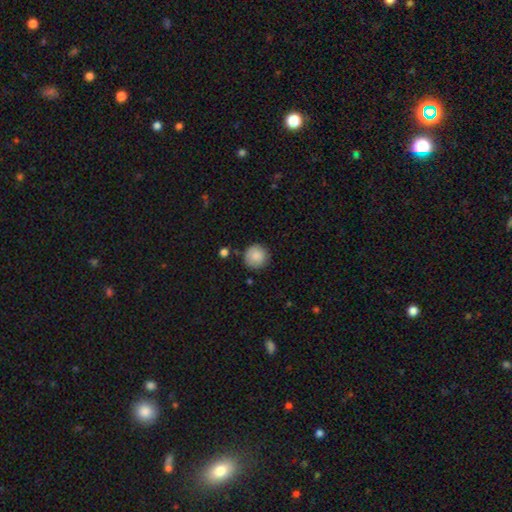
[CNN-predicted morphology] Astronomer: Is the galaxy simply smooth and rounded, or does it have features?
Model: smooth — 87%.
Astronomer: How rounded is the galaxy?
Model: round — 95%.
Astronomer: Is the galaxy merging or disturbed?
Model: none — 85%.